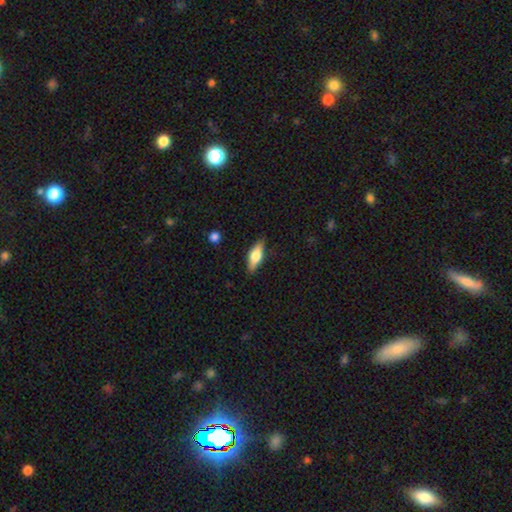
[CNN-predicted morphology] This appears to be a smooth galaxy with no disk features (61%) that is in between round and cigar-shaped (61%). Merging: none (85%).